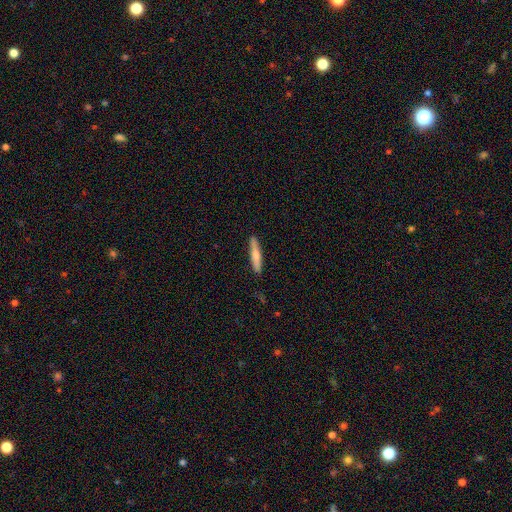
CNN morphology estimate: The model was most divided on "smooth or featured": smooth: 66%, featured or disk: 29%, star or artifact: 5%. More confident: how rounded — cigar-shaped (91%); merging — none (89%).